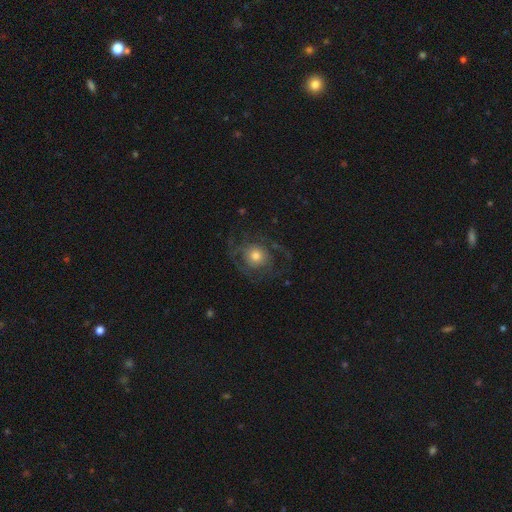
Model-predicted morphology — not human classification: A featured or disk galaxy (55%) with no bar (85%), spiral arms (69%) and a moderate central bulge (58%). Merging: none (60%).